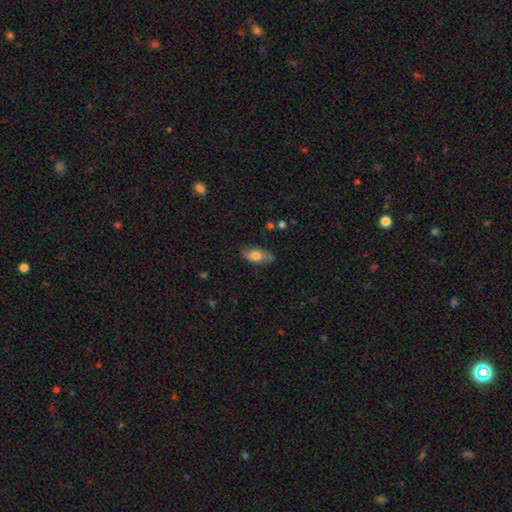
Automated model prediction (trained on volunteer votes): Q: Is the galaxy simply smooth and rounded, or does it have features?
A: smooth — 58%.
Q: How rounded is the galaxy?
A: in between — 83%.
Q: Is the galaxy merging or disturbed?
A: none — 68%.